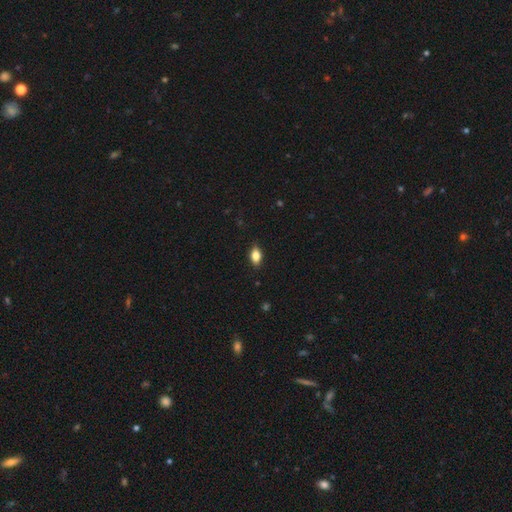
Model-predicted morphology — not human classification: smooth_or_featured: smooth (p=0.79) [alt: featured or disk p=0.12]
how_rounded: in between (p=0.86) [alt: round p=0.08]
merging: none (p=0.86) [alt: minor disturbance p=0.11]